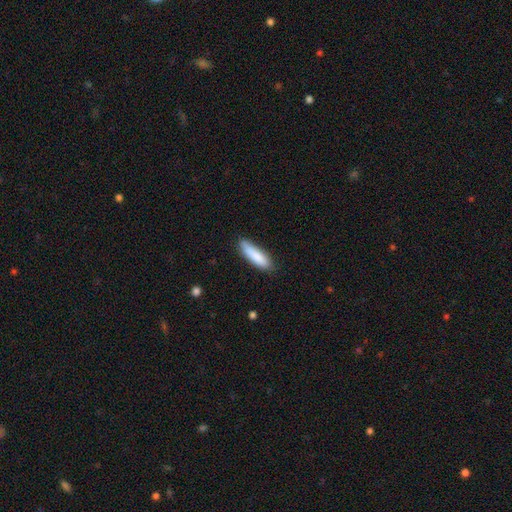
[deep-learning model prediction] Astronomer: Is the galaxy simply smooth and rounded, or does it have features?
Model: smooth — 85%.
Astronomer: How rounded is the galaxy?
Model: cigar-shaped — 67%.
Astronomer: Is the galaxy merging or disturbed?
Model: none — 79%.